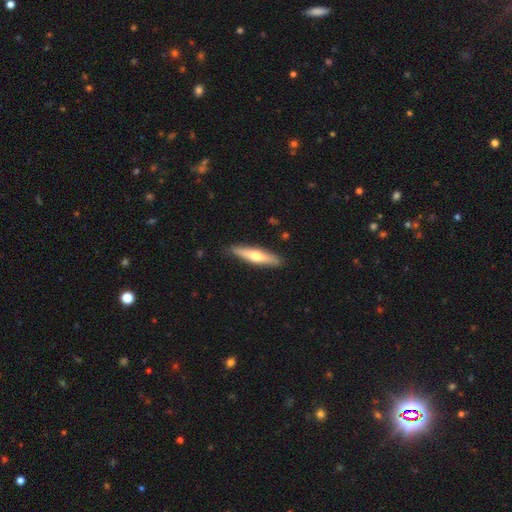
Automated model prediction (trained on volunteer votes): This is possibly a smooth galaxy (50%). Merging: clearly none (87%).